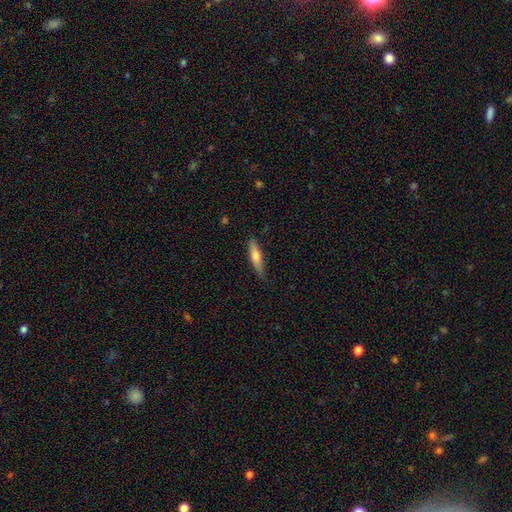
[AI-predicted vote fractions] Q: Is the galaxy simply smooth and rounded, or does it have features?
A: smooth — 60%.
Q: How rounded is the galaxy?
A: cigar-shaped — 76%.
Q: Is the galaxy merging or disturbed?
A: none — 80%.